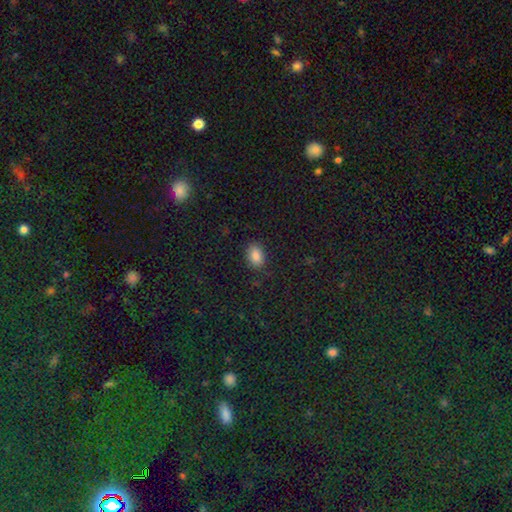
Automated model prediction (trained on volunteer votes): Overall: smooth (86%). How rounded: in between (83%). Merging: none (85%).